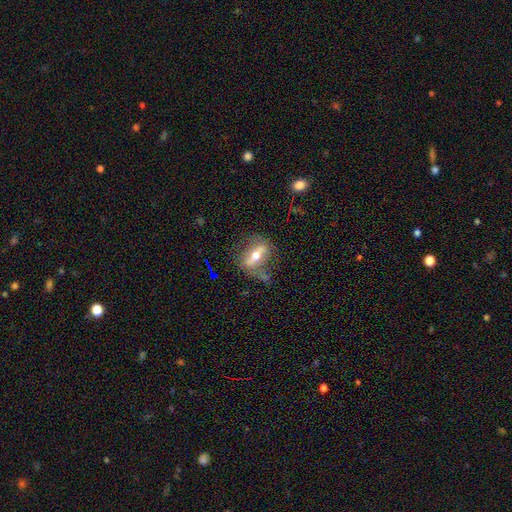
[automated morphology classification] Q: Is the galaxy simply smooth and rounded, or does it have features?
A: featured or disk — 62%.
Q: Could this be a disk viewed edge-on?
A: no — 57%.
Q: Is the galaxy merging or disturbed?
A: none — 62%.